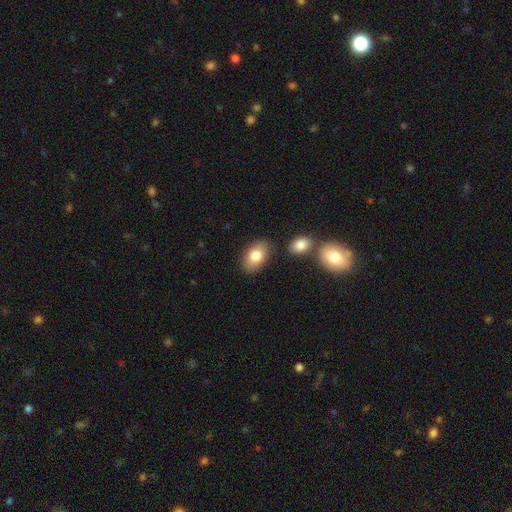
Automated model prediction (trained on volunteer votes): This is clearly a smooth galaxy (80%). How rounded: clearly in between (90%). Merging: clearly none (81%).